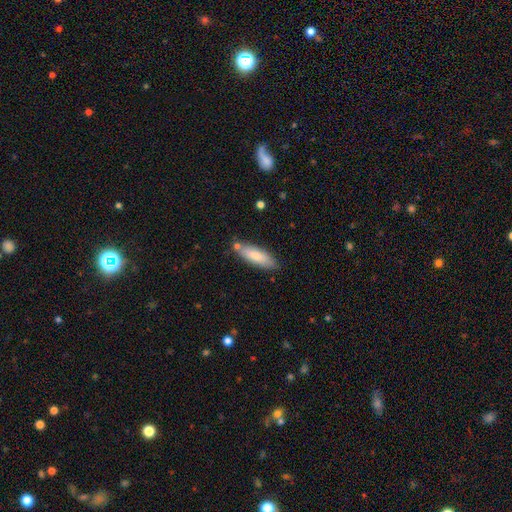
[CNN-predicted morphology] This appears to be a smooth galaxy with no disk features (78%) that is in between round and cigar-shaped (51%). Merging: none (75%).